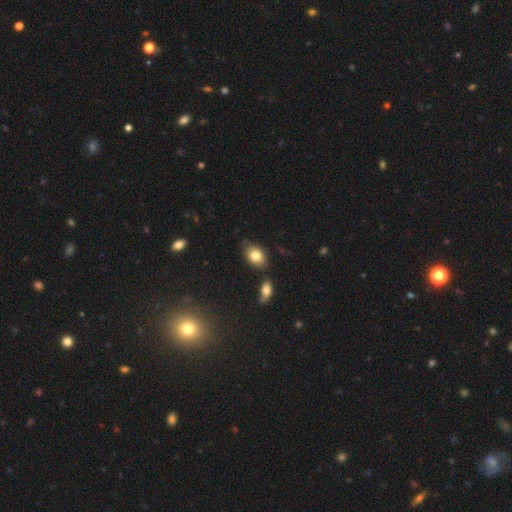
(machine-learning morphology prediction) This appears to be a smooth galaxy with no disk features (81%) that is in between round and cigar-shaped (83%). Merging: none (69%).